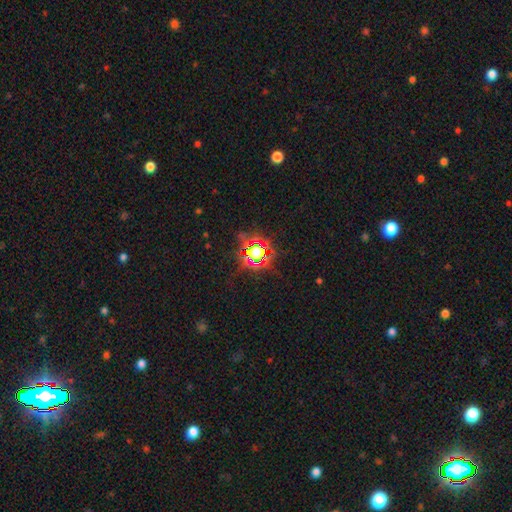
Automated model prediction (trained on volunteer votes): The model was most divided on "smooth or featured": star or artifact: 67%, smooth: 22%, featured or disk: 11%.